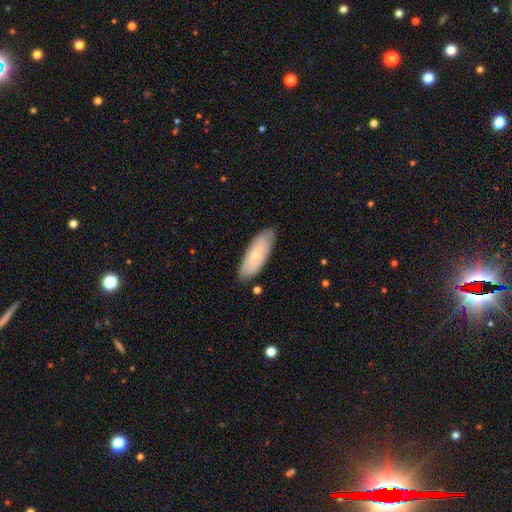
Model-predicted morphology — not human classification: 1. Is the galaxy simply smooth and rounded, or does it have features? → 62% smooth, 32% featured or disk, 6% star or artifact.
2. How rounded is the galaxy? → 70% in between, 28% cigar-shaped, 2% round.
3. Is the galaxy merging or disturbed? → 82% none, 14% minor disturbance, 2% major disturbance, 1% merger.